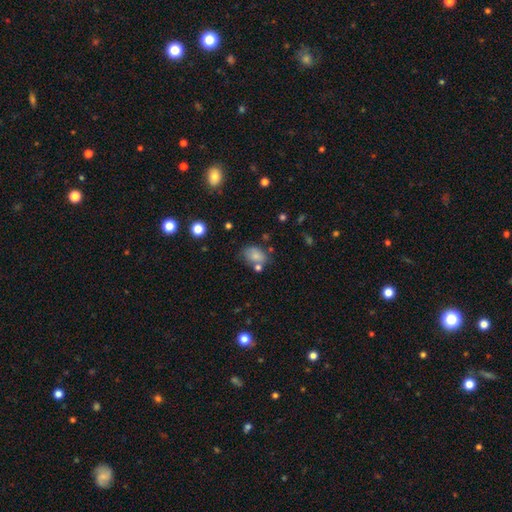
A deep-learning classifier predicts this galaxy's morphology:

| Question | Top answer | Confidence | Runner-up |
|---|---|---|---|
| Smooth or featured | smooth | 77% | featured or disk (12%) |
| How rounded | in between | 76% | round (22%) |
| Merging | none | 53% | minor disturbance (23%) |